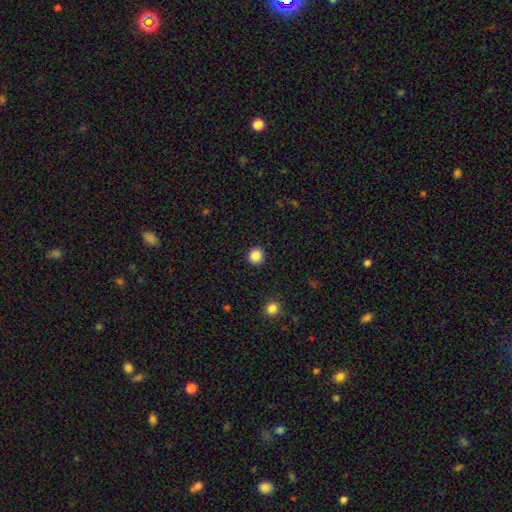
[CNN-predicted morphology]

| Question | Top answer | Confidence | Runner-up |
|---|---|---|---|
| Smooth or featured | smooth | 86% | star or artifact (11%) |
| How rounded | round | 95% | in between (4%) |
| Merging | none | 93% | minor disturbance (4%) |